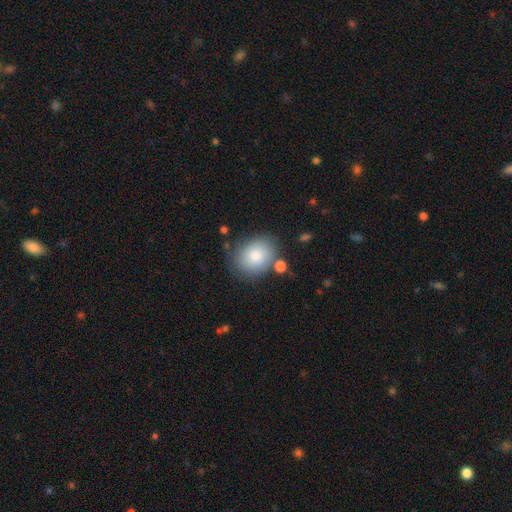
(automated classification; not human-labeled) Smooth or featured? smooth (81%)
How rounded? in between (50%)
Merging? none (70%)